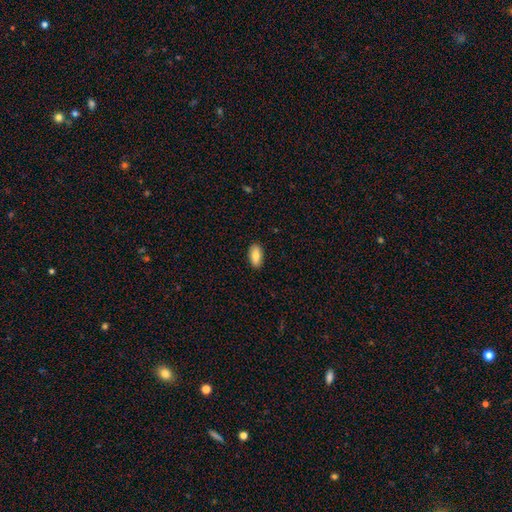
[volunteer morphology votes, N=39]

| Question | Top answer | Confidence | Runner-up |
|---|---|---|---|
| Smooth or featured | smooth | 87% | star or artifact (8%) |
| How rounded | in between | 79% | cigar-shaped (12%) |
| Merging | none | 92% | minor disturbance (6%) |